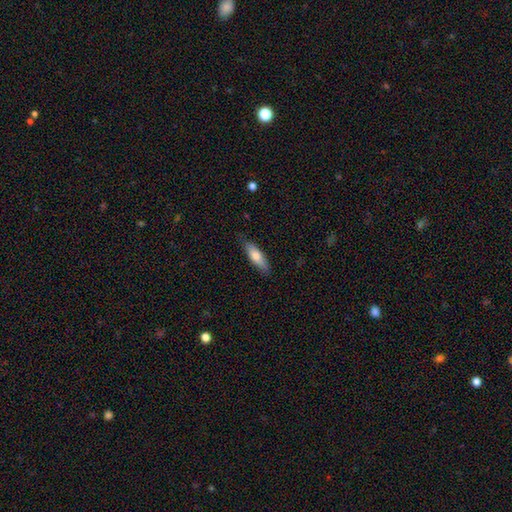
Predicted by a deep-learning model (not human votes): This is likely a smooth galaxy (72%). How rounded: possibly cigar-shaped (52%). Merging: clearly none (83%).